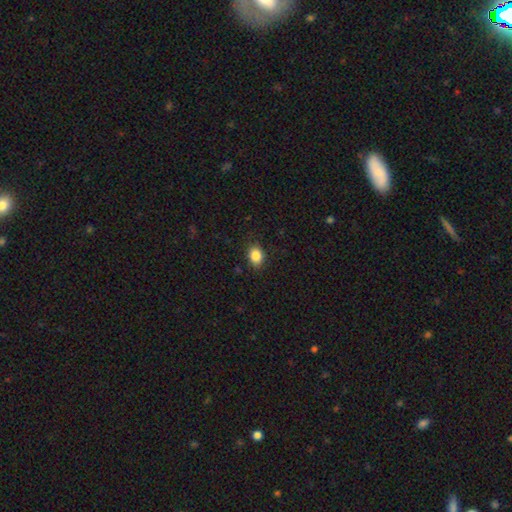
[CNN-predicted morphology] Overall: smooth (86%). How rounded: in between (56%; round 43%). Merging: none (85%).